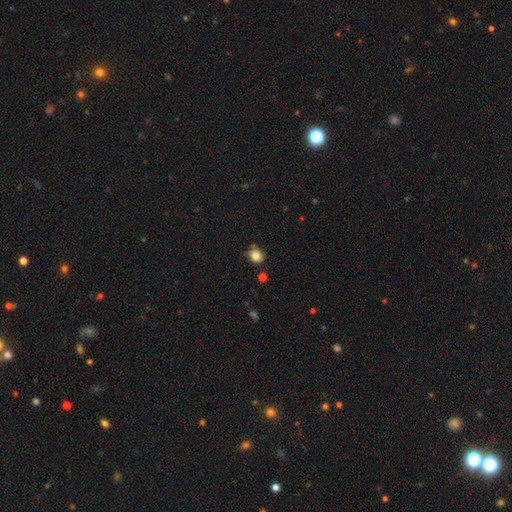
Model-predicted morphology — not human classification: This is clearly a smooth galaxy (81%). How rounded: likely round (65%). Merging: likely none (65%).